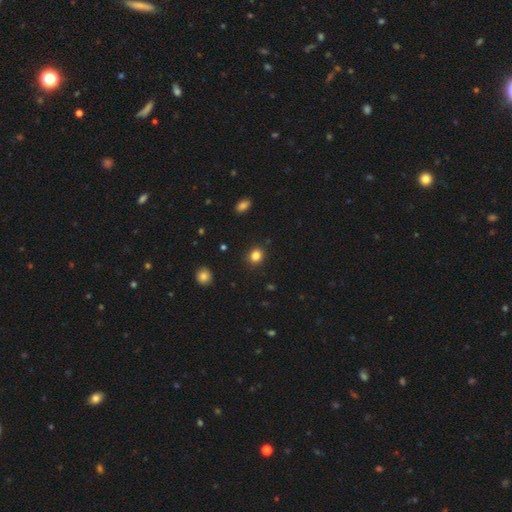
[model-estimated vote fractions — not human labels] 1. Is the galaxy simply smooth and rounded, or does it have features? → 84% smooth, 12% star or artifact, 5% featured or disk.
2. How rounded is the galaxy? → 79% round, 20% in between, 1% cigar-shaped.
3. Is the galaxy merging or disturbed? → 90% none, 7% minor disturbance, 2% major disturbance, 1% merger.